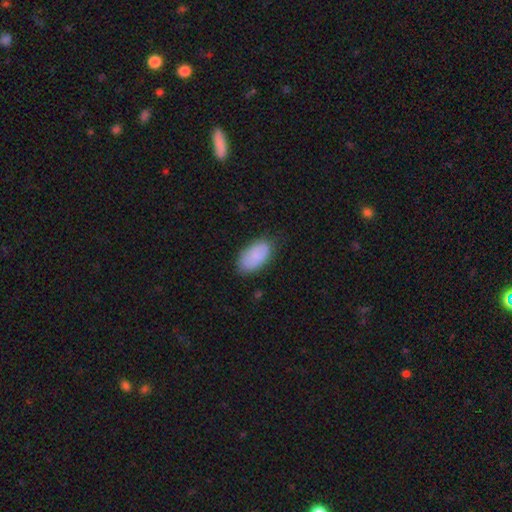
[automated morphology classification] The model was most divided on "merging": none: 77%, minor disturbance: 18%, major disturbance: 4%, merger: 1%. More confident: how rounded — in between (95%); smooth or featured — smooth (86%).